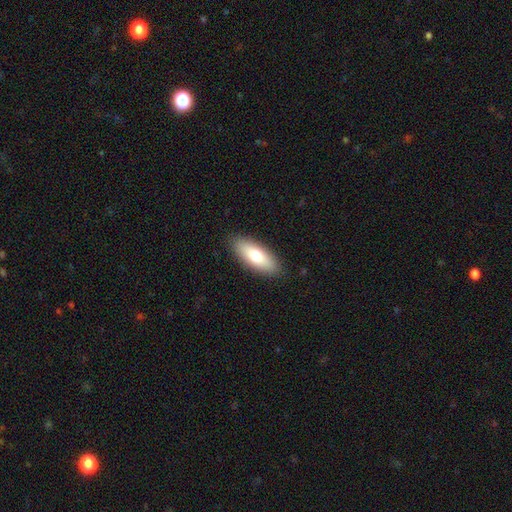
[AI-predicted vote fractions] A smooth galaxy with no disk features (75%) that is in between round and cigar-shaped (74%). Merging: none (89%).